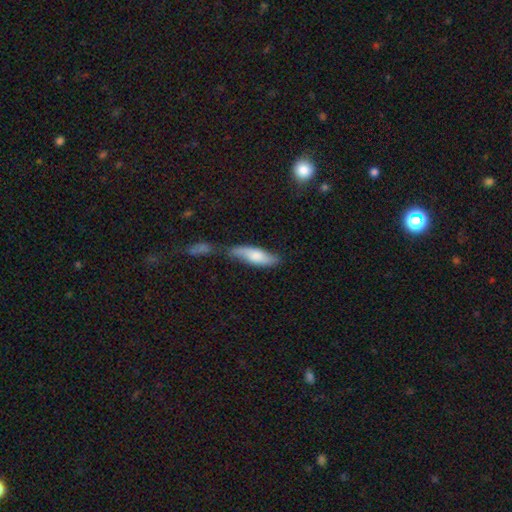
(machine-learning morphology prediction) A smooth galaxy with no disk features (69%) that is in between round and cigar-shaped (53%). Merging: none (42%).